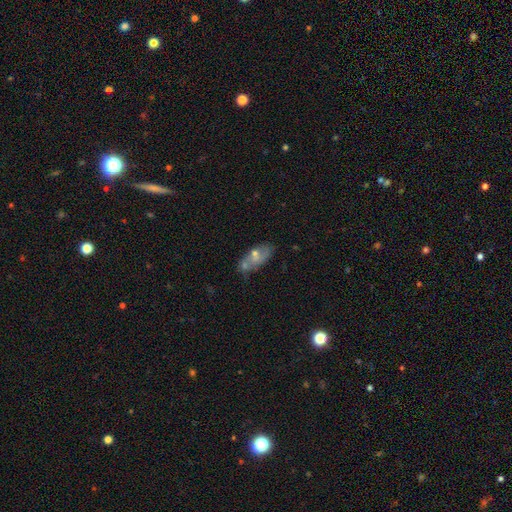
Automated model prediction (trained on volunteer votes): Smooth or featured?
  - smooth: 54% *
  - featured or disk: 37%
  - star or artifact: 9%
How rounded?
  - in between: 85% *
  - cigar-shaped: 10%
  - round: 5%
Merging?
  - none: 43% *
  - merger: 25%
  - minor disturbance: 22%
  - major disturbance: 10%